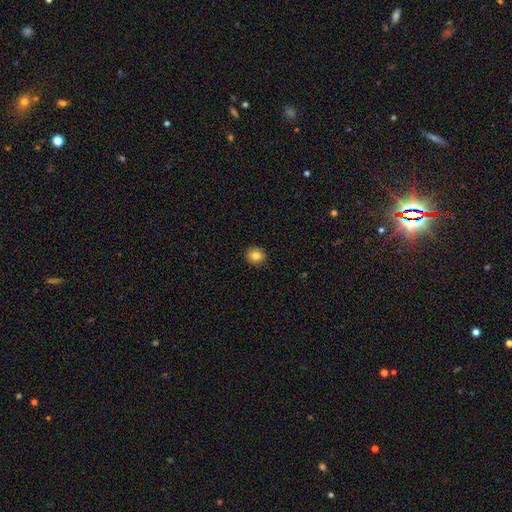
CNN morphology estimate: A smooth galaxy with no disk features (81%) that is round (86%). Merging: none (92%).